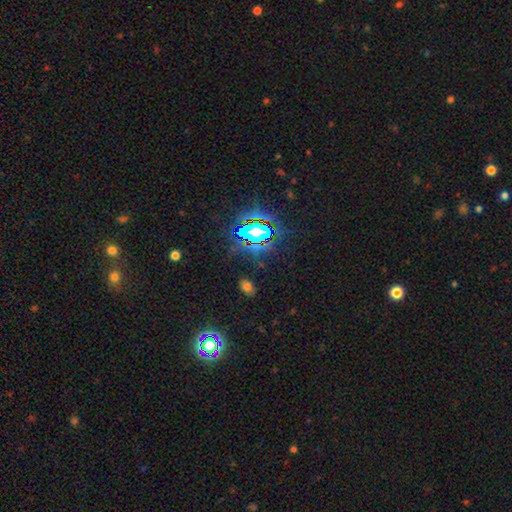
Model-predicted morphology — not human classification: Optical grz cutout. It shows a star or artifact, not a galaxy (81%).